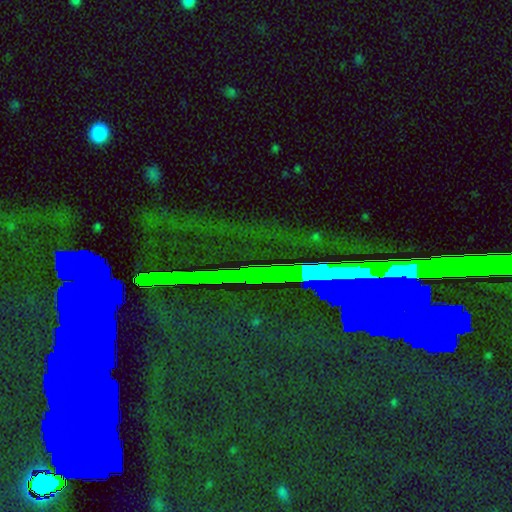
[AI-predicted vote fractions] A star or artifact, not a galaxy (75%).

Vote fractions:
- Smooth or featured? star or artifact: 75% / featured or disk: 15% / smooth: 10%